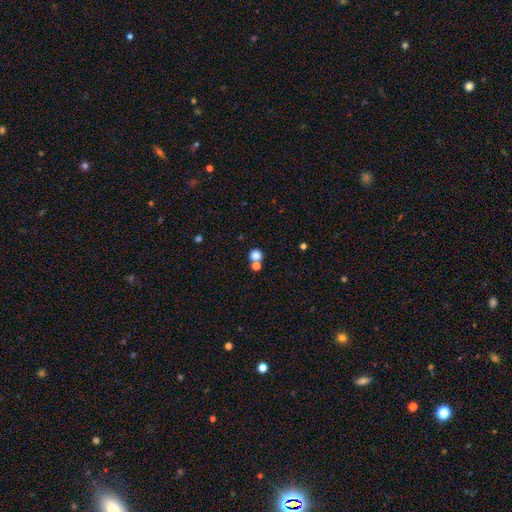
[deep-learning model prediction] Morphology: type=smooth (81%); roundness=round (86%); merging=none (58%).